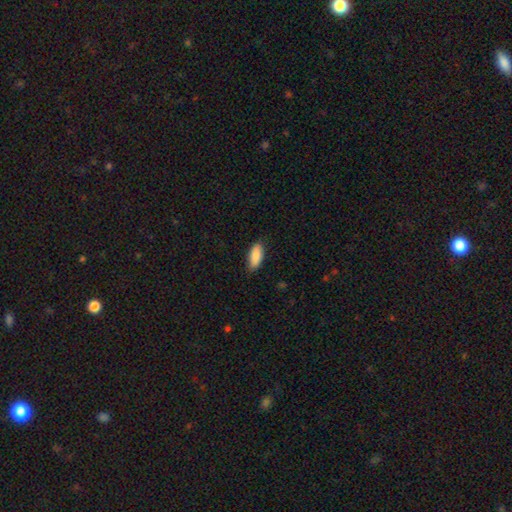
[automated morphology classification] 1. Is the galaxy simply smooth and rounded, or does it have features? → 89% smooth, 6% star or artifact, 6% featured or disk.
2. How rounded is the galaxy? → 84% in between, 15% cigar-shaped, 2% round.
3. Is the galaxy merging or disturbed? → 85% none, 12% minor disturbance, 2% major disturbance, 1% merger.